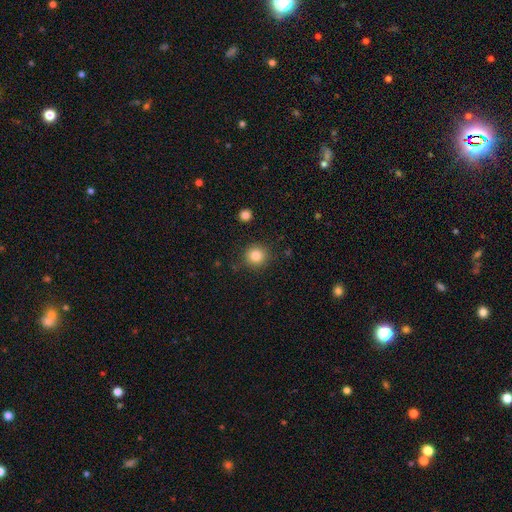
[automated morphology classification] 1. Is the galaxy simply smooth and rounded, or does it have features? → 83% smooth, 11% star or artifact, 6% featured or disk.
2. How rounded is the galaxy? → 92% round, 7% in between, 1% cigar-shaped.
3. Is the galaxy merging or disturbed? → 89% none, 7% minor disturbance, 2% major disturbance, 2% merger.